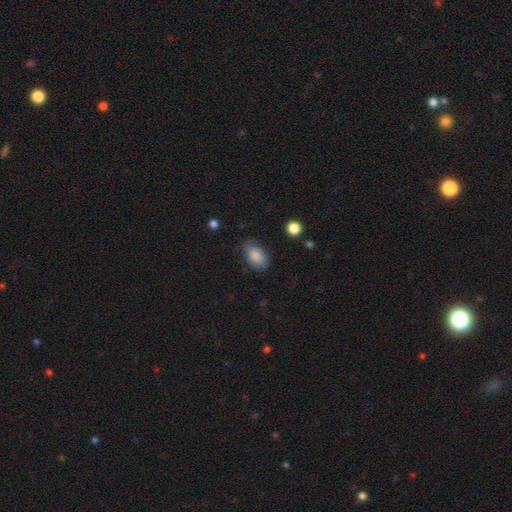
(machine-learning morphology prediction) This appears to be a smooth galaxy with no disk features (86%) that is in between round and cigar-shaped (90%). Merging: none (73%).